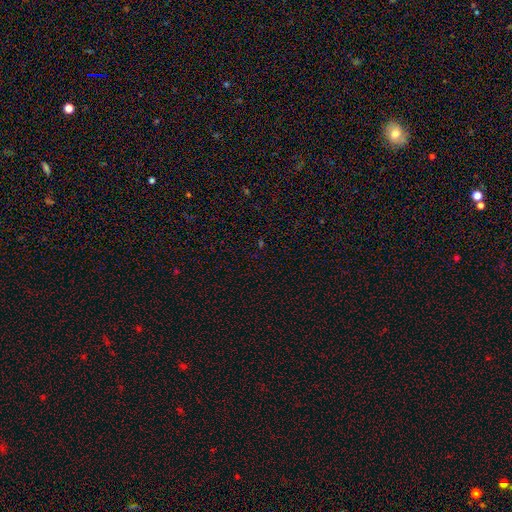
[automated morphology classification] star or artifact 65%, smooth 28%, featured or disk 7%.